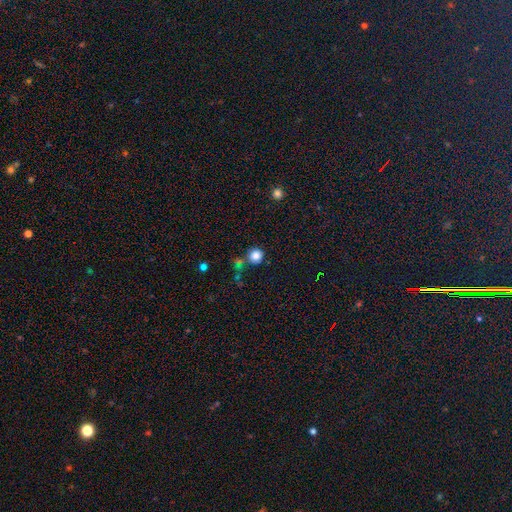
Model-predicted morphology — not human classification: type=smooth (83%); roundness=round (94%); merging=none (72%).